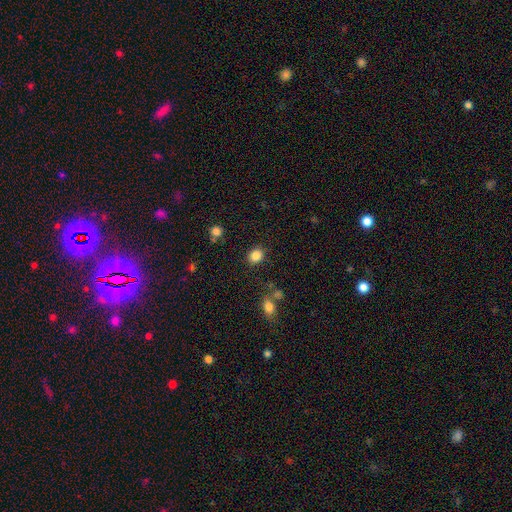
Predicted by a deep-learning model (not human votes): A smooth galaxy with no disk features (86%) that is round (58%).

Vote fractions:
- Smooth or featured? smooth: 86% / star or artifact: 10% / featured or disk: 4%
- How rounded? round: 58% / in between: 41% / cigar-shaped: 1%
- Merging? none: 85% / minor disturbance: 9% / major disturbance: 3% / merger: 3%